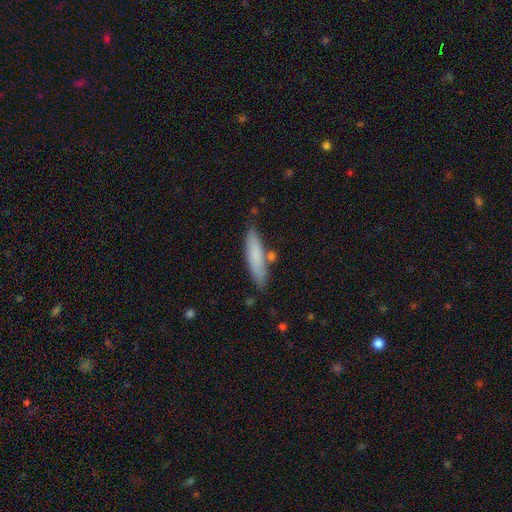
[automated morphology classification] smooth-or-featured: smooth: 78% | featured or disk: 16% | star or artifact: 6%
  how-rounded: cigar-shaped: 80% | in between: 18% | round: 1%
  merging: none: 77% | minor disturbance: 14% | merger: 6% | major disturbance: 3%